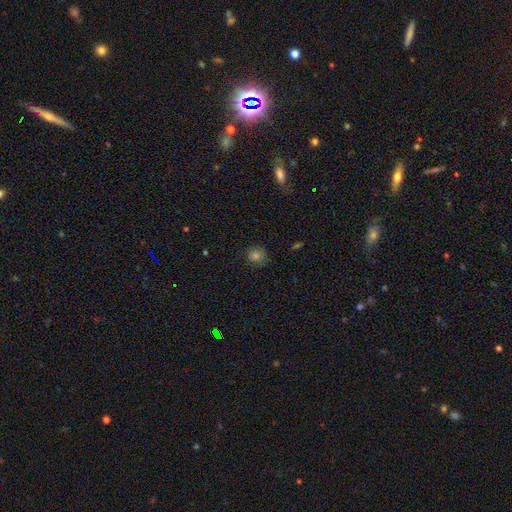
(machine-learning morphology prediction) Overall: smooth (73%). How rounded: round (88%). Merging: none (83%).